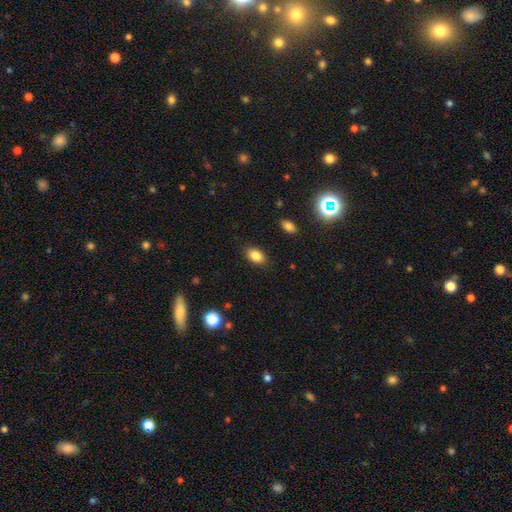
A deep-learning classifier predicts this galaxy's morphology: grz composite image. It shows a smooth galaxy with no disk features (84%) that is in between round and cigar-shaped (86%). Merging: none (86%).